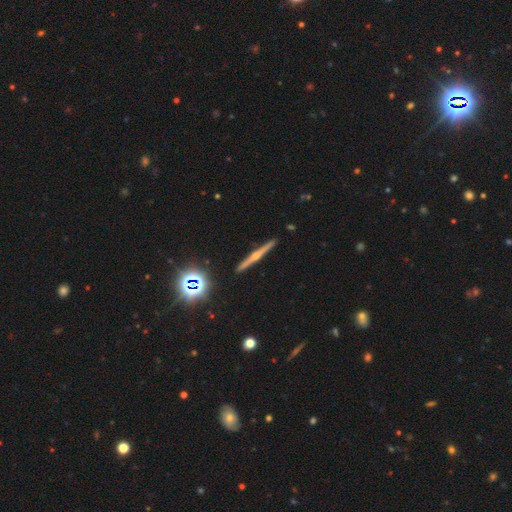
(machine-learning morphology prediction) A featured or disk galaxy (70%) viewed edge-on (98%) with a rounded central bulge (80%).

Vote fractions:
- Smooth or featured? featured or disk: 70% / smooth: 19% / star or artifact: 11%
- Edge-on disk? yes: 98% / no: 2%
- Edge-on bulge? rounded: 80% / none: 13% / boxy: 8%
- Merging? none: 92% / minor disturbance: 5% / major disturbance: 1% / merger: 1%